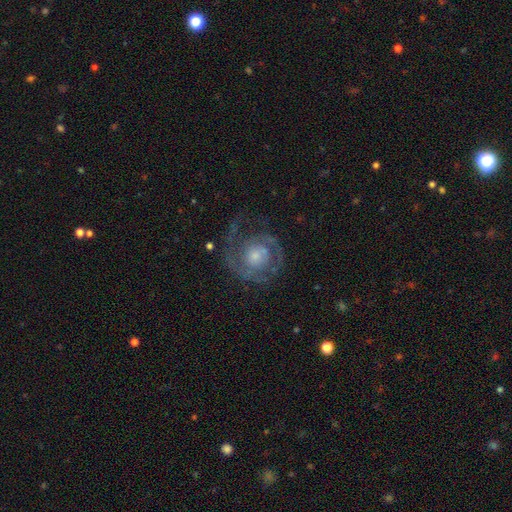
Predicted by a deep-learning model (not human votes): Smooth or featured? Predicted: featured or disk (p=0.82). Edge-on disk? Predicted: no (p=0.98). Bar? Predicted: no (p=0.76). Spiral arms? Predicted: yes (p=0.91). Spiral winding? Predicted: tight (p=0.52). Spiral arm count? Predicted: 2 (p=0.54). Bulge size? Predicted: small (p=0.45). Merging? Predicted: none (p=0.65).